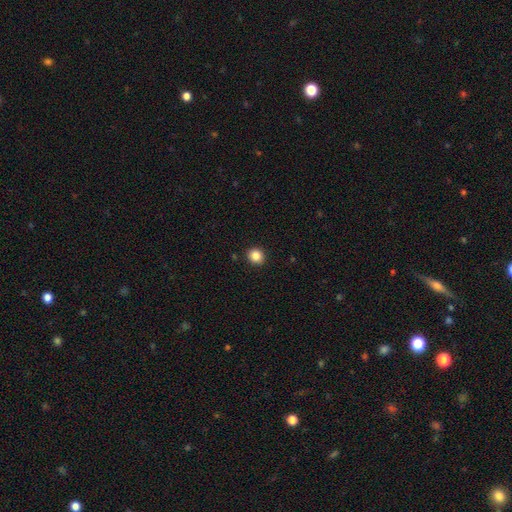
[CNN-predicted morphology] A smooth galaxy with no disk features (86%) that is round (88%).

Vote fractions:
- Smooth or featured? smooth: 86% / star or artifact: 10% / featured or disk: 4%
- How rounded? round: 88% / in between: 12% / cigar-shaped: 1%
- Merging? none: 92% / minor disturbance: 5% / major disturbance: 2% / merger: 1%